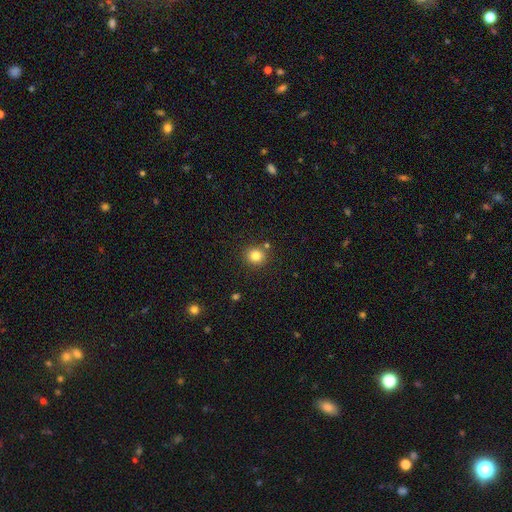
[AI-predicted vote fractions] Morphology: type=smooth (82%); roundness=round (88%); merging=none (83%).